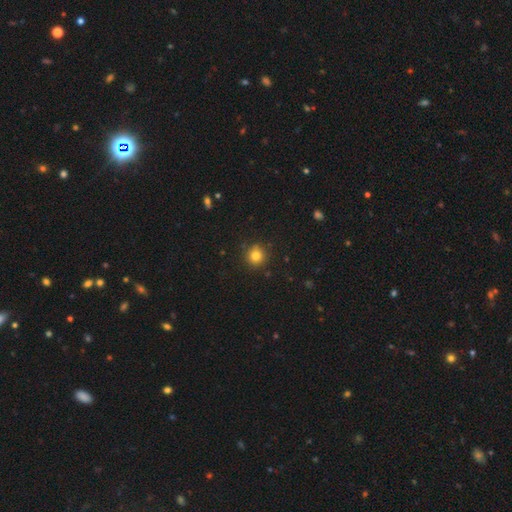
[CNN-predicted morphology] Smooth or featured: smooth — 82% (star or artifact — 12%)
How rounded: round — 92% (in between — 7%)
Merging: none — 87% (minor disturbance — 9%)